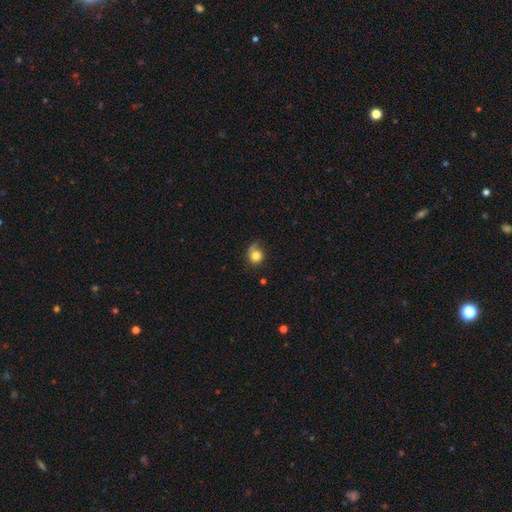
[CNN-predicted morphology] smooth 78%, featured or disk 12%, star or artifact 10%. Down the decision tree: how rounded — round (78%); merging — none (52%).